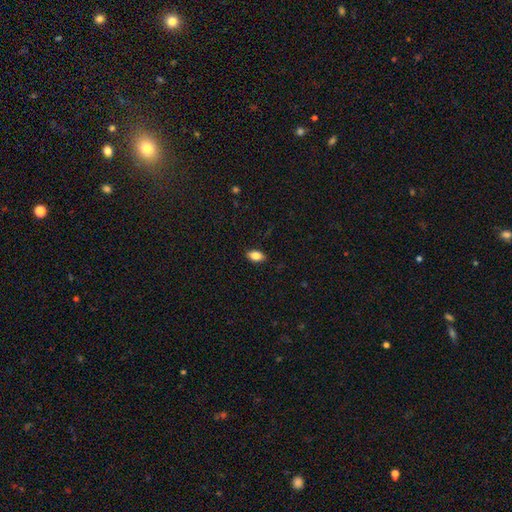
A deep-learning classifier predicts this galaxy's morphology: This appears to be a smooth galaxy with no disk features (84%) that is in between round and cigar-shaped (89%). Merging: none (88%).